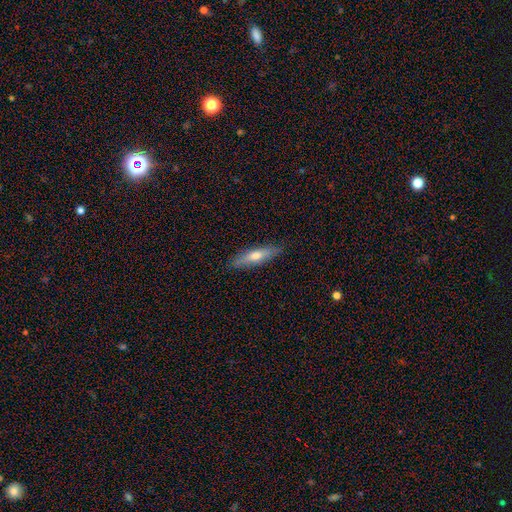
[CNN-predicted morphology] A smooth galaxy with no disk features (57%) that is cigar-shaped (71%).

Vote fractions:
- Smooth or featured? smooth: 57% / featured or disk: 36% / star or artifact: 6%
- How rounded? cigar-shaped: 71% / in between: 27% / round: 2%
- Merging? none: 87% / minor disturbance: 10% / major disturbance: 2% / merger: 1%